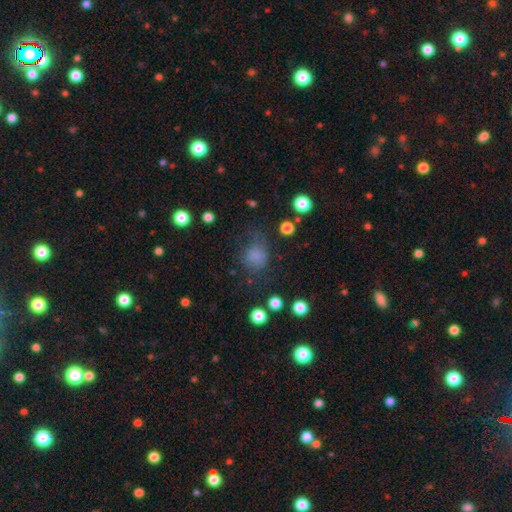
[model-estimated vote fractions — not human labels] This appears to be a smooth galaxy with no disk features (73%) that is round (65%). Merging: none (50%).